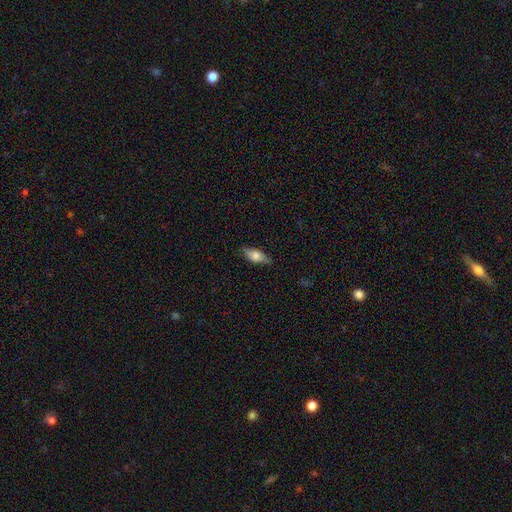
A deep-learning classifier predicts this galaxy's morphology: This is likely a smooth galaxy (67%). How rounded: clearly in between (80%). Merging: likely none (78%).